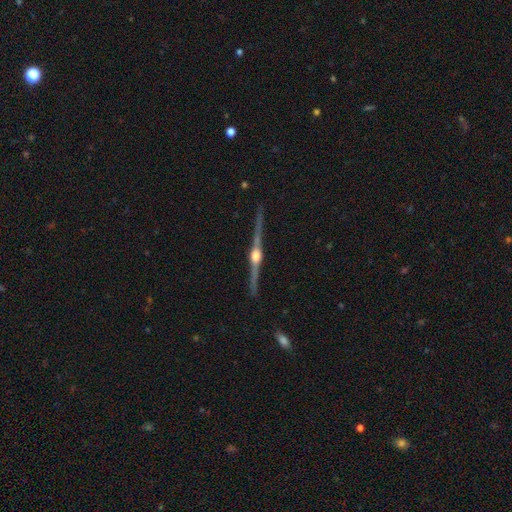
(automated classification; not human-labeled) The model was most divided on "merging": none: 90%, minor disturbance: 7%, major disturbance: 1%, merger: 1%. More confident: edge-on disk — yes (99%); edge-on bulge — rounded (95%); smooth or featured — featured or disk (89%).